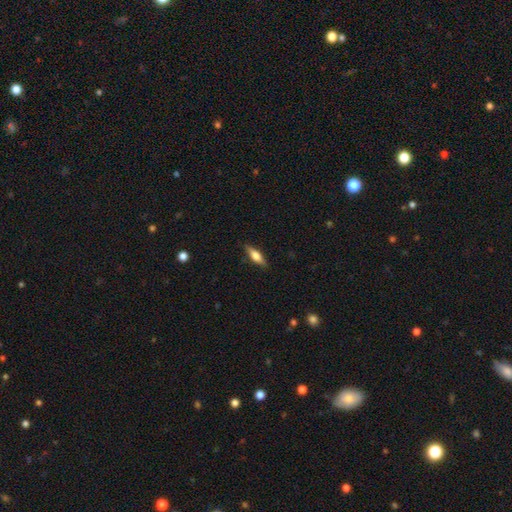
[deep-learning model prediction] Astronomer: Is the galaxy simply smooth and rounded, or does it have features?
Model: smooth — 54% (runner-up: featured or disk, 39%).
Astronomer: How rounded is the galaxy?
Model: cigar-shaped — 49% (runner-up: in between, 48%).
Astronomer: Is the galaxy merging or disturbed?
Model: none — 86%.